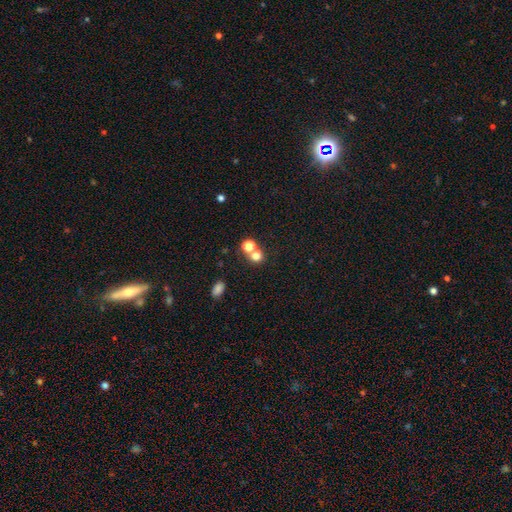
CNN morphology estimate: Smooth or featured? smooth (72%)
How rounded? round (81%)
Merging? none (51%)